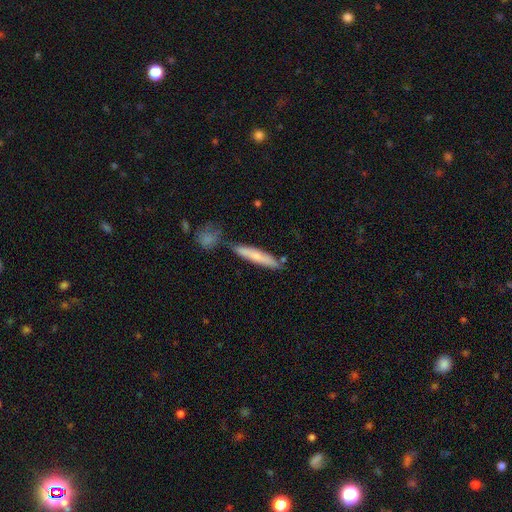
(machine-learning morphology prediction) smooth 67%, featured or disk 27%, star or artifact 6%. Down the decision tree: how rounded — cigar-shaped (90%); merging — none (72%).